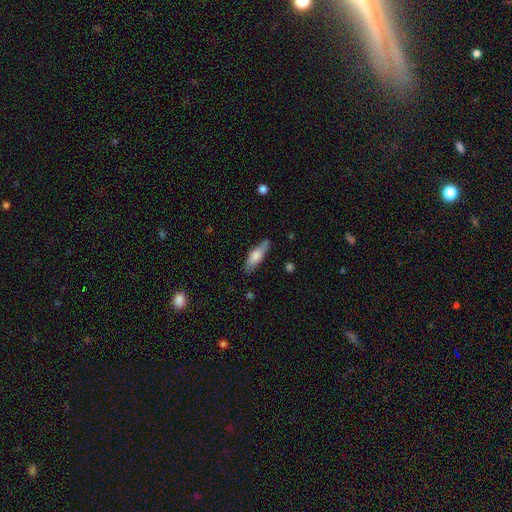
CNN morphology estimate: A smooth galaxy with no disk features (69%) that is cigar-shaped (51%).

Vote fractions:
- Smooth or featured? smooth: 69% / featured or disk: 25% / star or artifact: 6%
- How rounded? cigar-shaped: 51% / in between: 47% / round: 2%
- Merging? none: 81% / minor disturbance: 15% / major disturbance: 3% / merger: 2%